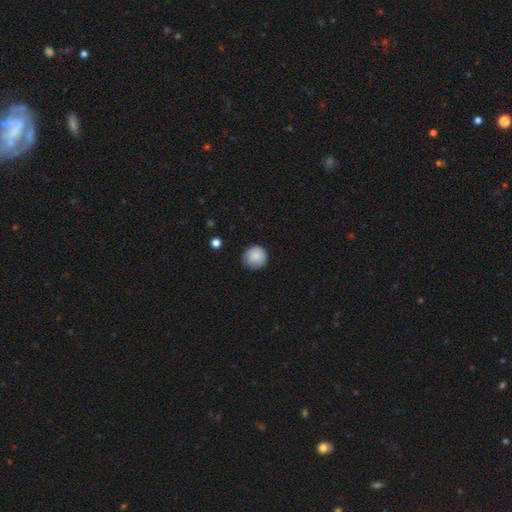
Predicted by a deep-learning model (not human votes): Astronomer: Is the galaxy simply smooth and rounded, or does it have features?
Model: smooth — 87%.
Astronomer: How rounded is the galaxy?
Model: round — 93%.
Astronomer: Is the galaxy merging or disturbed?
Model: none — 76%.